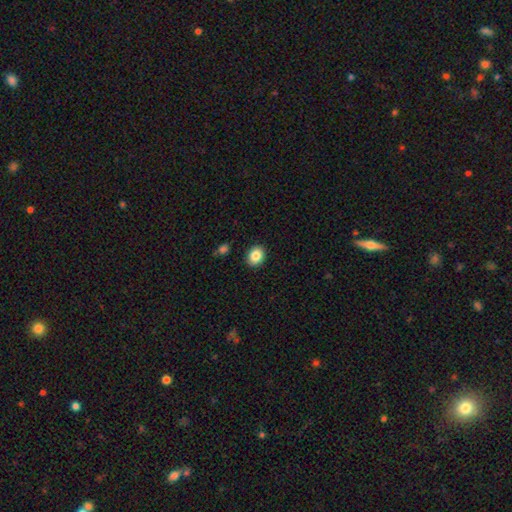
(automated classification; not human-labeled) Smooth or featured? smooth (86%)
How rounded? round (54%)
Merging? none (91%)